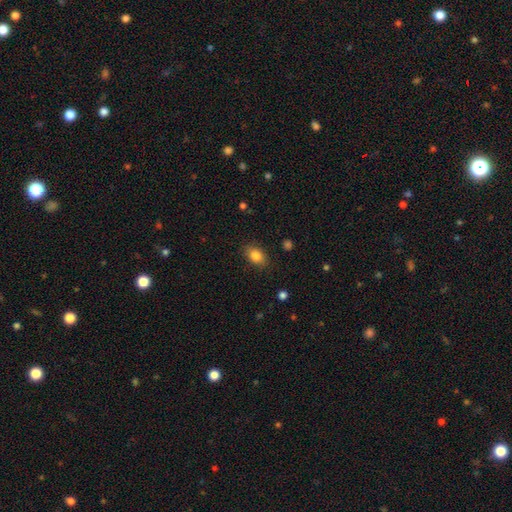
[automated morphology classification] Q: Smooth or featured?
A: smooth (84%); runner-up: star or artifact (9%)
Q: How rounded?
A: in between (80%); runner-up: round (18%)
Q: Merging?
A: none (84%); runner-up: minor disturbance (12%)